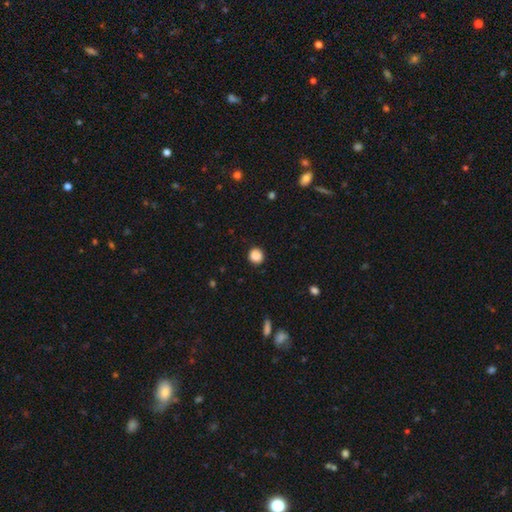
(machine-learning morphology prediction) A smooth galaxy with no disk features (88%) that is round (91%). Merging: none (90%).